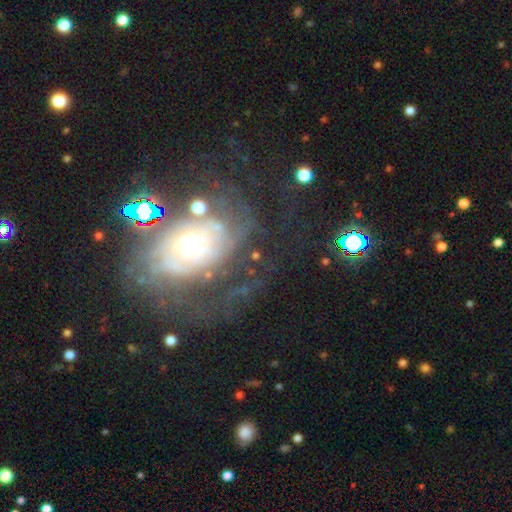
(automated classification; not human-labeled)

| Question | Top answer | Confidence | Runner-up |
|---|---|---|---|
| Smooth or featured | featured or disk | 58% | star or artifact (21%) |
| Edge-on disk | no | 93% | yes (7%) |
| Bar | no | 64% | weak (23%) |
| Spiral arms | yes | 69% | no (31%) |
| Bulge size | moderate | 41% | small (36%) |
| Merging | none | 53% | major disturbance (24%) |